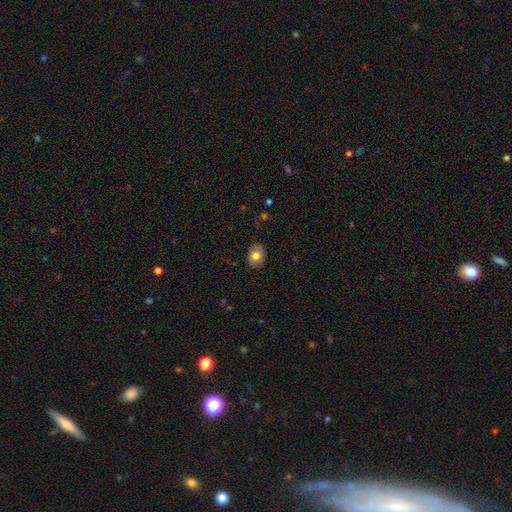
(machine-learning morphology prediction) This is likely a smooth galaxy (80%). How rounded: likely in between (60%). Merging: clearly none (87%).